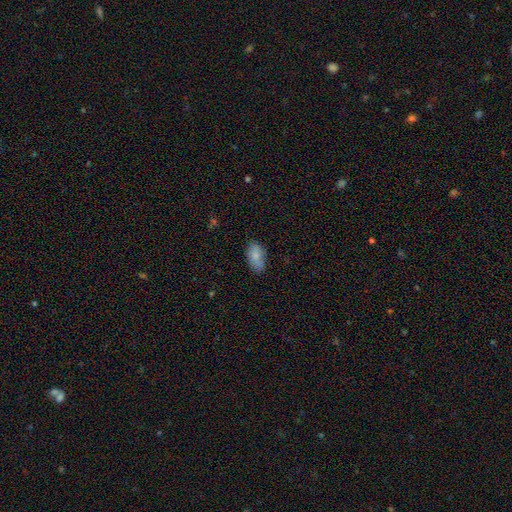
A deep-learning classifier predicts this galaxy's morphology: smooth 83%, featured or disk 10%, star or artifact 7%. Down the decision tree: how rounded — in between (93%); merging — none (77%).